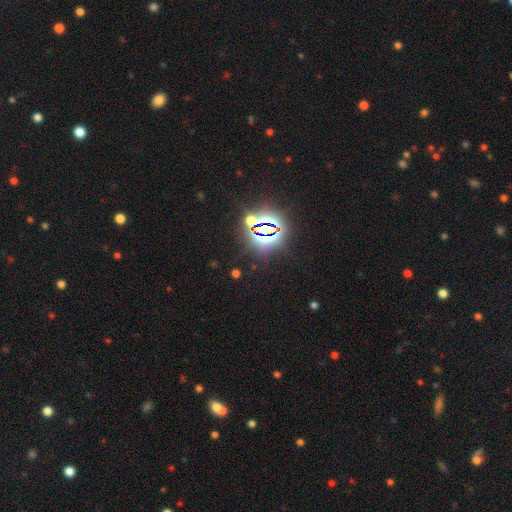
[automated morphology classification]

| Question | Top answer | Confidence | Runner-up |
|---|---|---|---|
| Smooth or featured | star or artifact | 84% | smooth (10%) |